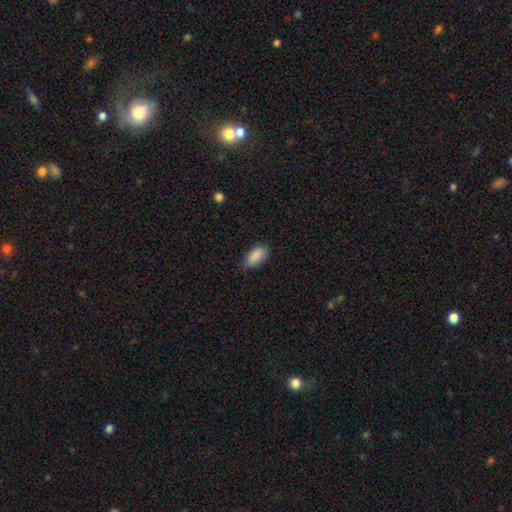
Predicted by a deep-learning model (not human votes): Morphology: type=smooth (89%); roundness=in between (91%); merging=none (76%).